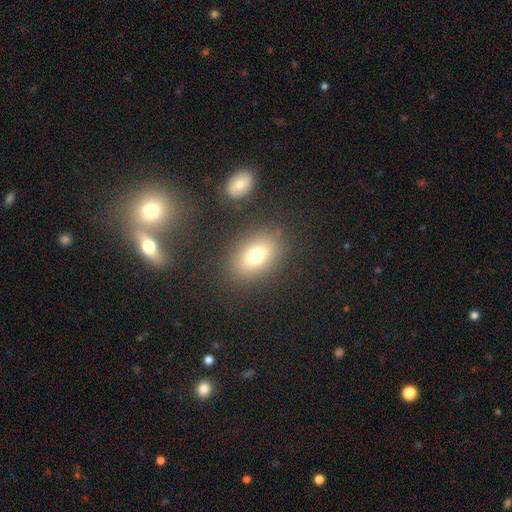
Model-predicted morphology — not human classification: Smooth or featured? Predicted: smooth (p=0.73). How rounded? Predicted: in between (p=0.76). Merging? Predicted: none (p=0.83).